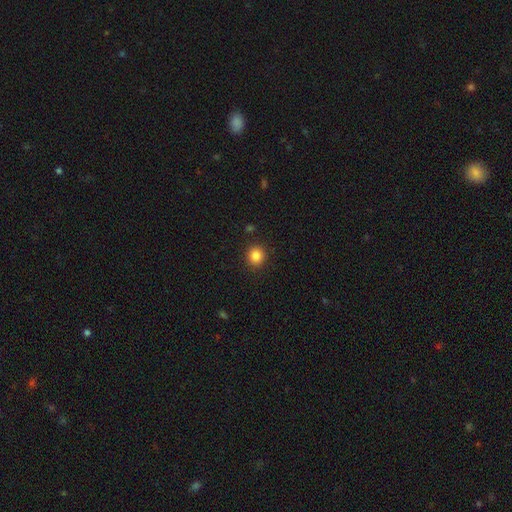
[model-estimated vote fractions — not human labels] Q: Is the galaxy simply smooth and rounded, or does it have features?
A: smooth — 85%.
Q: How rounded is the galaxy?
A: round — 89%.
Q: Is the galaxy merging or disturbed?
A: none — 90%.